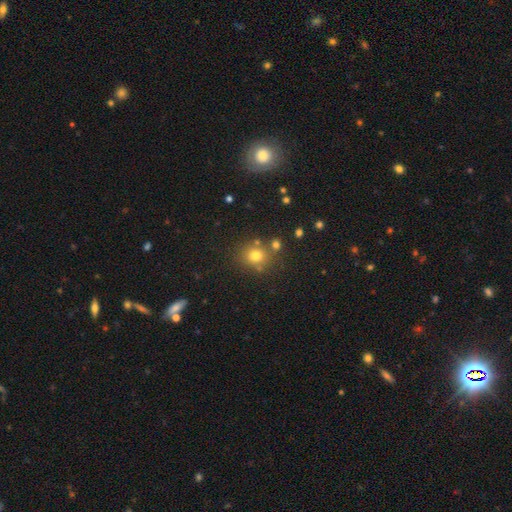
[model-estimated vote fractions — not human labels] smooth-or-featured: smooth: 73% | star or artifact: 18% | featured or disk: 9%
  how-rounded: round: 78% | in between: 21% | cigar-shaped: 1%
  merging: none: 74% | merger: 11% | minor disturbance: 11% | major disturbance: 4%